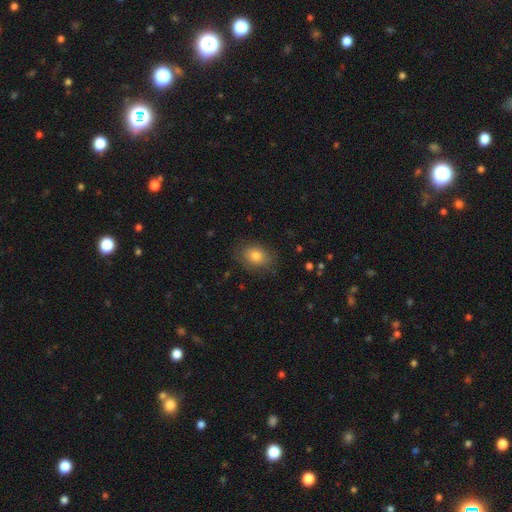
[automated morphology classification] Smooth or featured? Predicted: smooth (p=0.79). How rounded? Predicted: in between (p=0.70). Merging? Predicted: none (p=0.79).